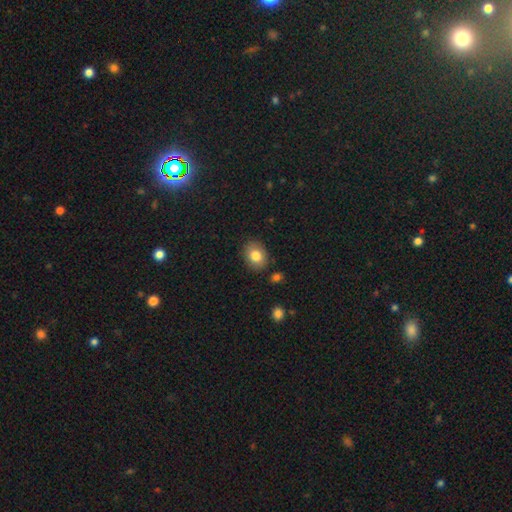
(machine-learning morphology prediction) Q: Smooth or featured?
A: smooth (81%); runner-up: featured or disk (10%)
Q: How rounded?
A: in between (57%); runner-up: round (42%)
Q: Merging?
A: none (85%); runner-up: minor disturbance (10%)